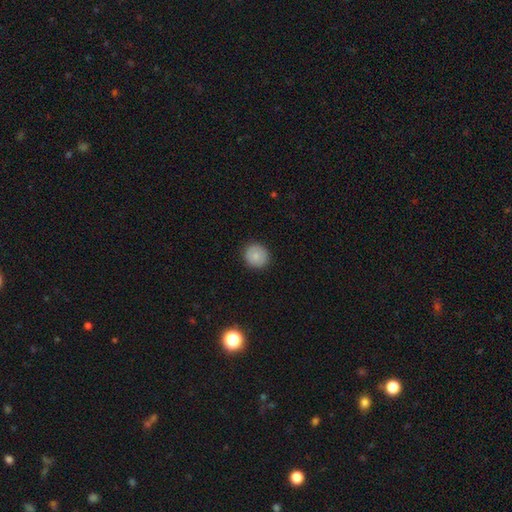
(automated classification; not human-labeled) Smooth or featured? Predicted: smooth (p=0.82). How rounded? Predicted: round (p=0.90). Merging? Predicted: none (p=0.91).